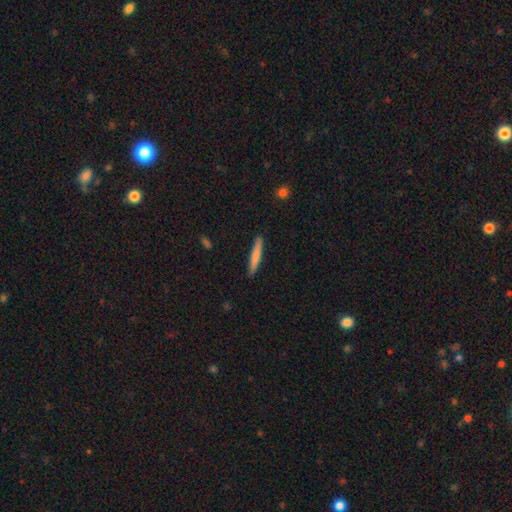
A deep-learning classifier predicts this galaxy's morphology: Smooth or featured: smooth — 74% (featured or disk — 21%)
How rounded: cigar-shaped — 95% (in between — 4%)
Merging: none — 90% (minor disturbance — 7%)